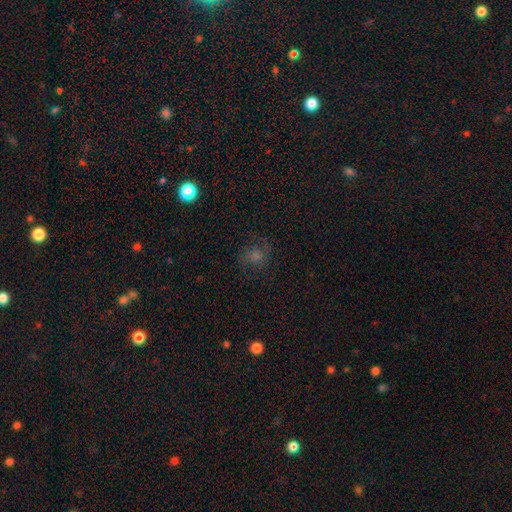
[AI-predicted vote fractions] A smooth galaxy with no disk features (40%).

Vote fractions:
- Smooth or featured? smooth: 40% / featured or disk: 32% / star or artifact: 28%
- Merging? none: 69% / minor disturbance: 17% / major disturbance: 12% / merger: 2%